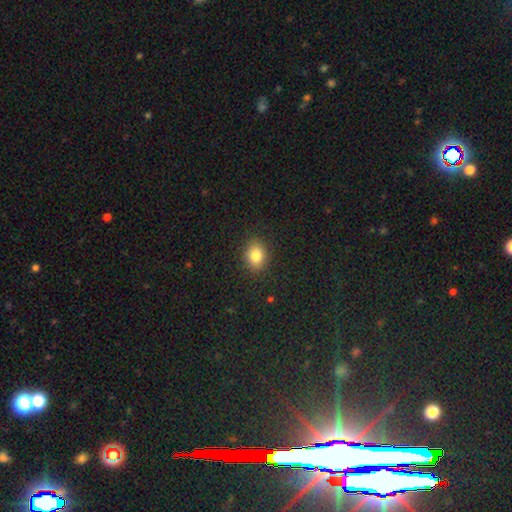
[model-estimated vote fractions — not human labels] This appears to be a smooth galaxy with no disk features (83%) that is in between round and cigar-shaped (55%). Merging: none (88%).